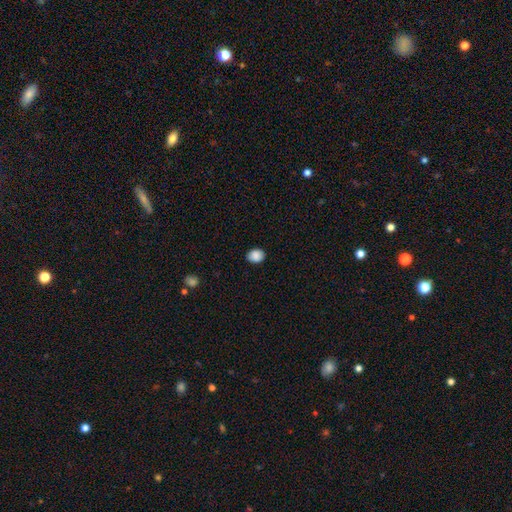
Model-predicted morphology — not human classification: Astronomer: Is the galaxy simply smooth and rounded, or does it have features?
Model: smooth — 88%.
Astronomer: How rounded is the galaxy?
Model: round — 53% (runner-up: in between, 46%).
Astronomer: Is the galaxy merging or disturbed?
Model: none — 88%.